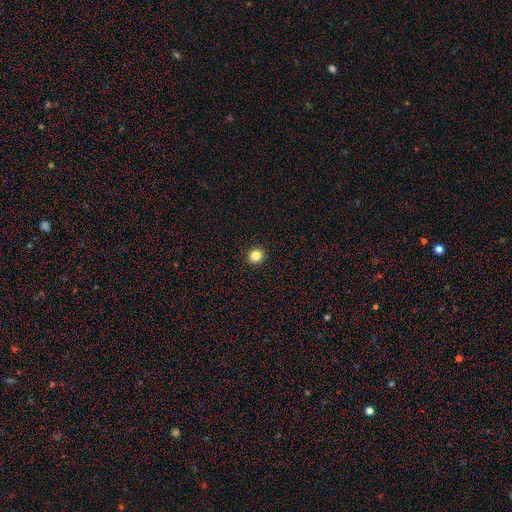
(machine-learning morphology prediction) Smooth or featured? Predicted: smooth (p=0.83). How rounded? Predicted: round (p=0.86). Merging? Predicted: none (p=0.93).